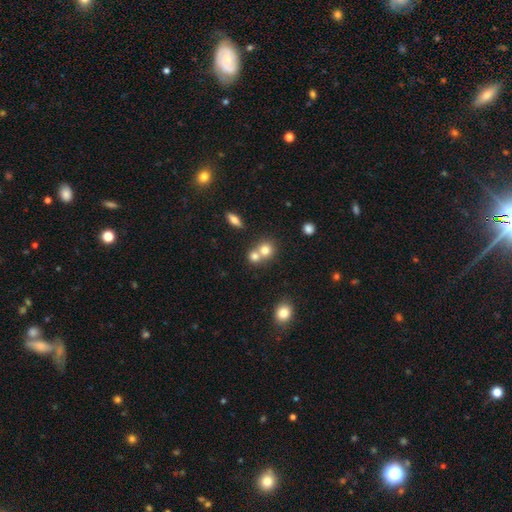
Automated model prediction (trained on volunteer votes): A smooth galaxy with no disk features (74%) that is round (82%).

Vote fractions:
- Smooth or featured? smooth: 74% / featured or disk: 14% / star or artifact: 13%
- How rounded? round: 82% / in between: 17% / cigar-shaped: 1%
- Merging? merger: 54% / none: 38% / minor disturbance: 5% / major disturbance: 2%